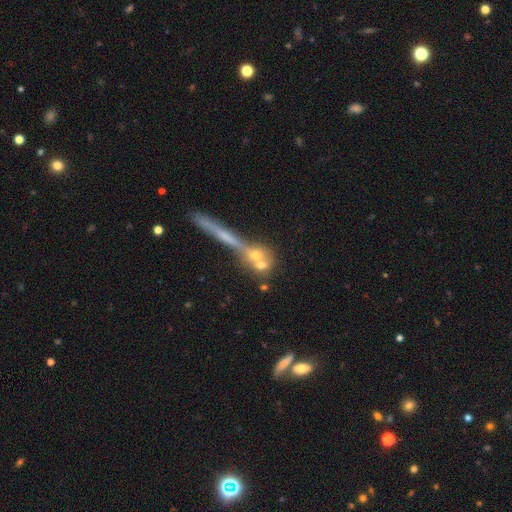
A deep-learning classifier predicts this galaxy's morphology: Smooth or featured? Predicted: smooth (p=0.49). Merging? Predicted: none (p=0.45).